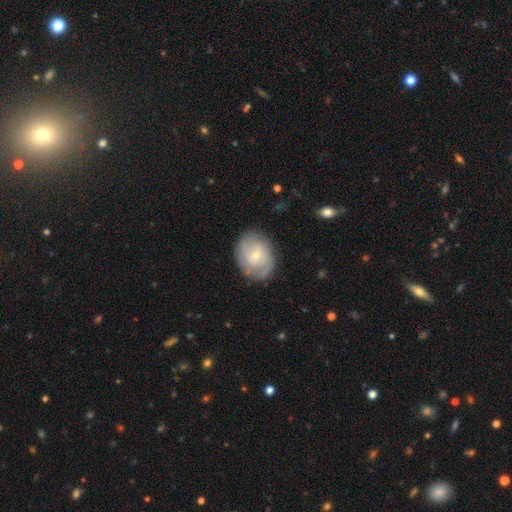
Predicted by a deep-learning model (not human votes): Smooth or featured? featured or disk (57%)
Edge-on disk? no (96%)
Bar? no (63%)
Spiral arms? yes (77%)
Bulge size? small (57%)
Merging? none (77%)